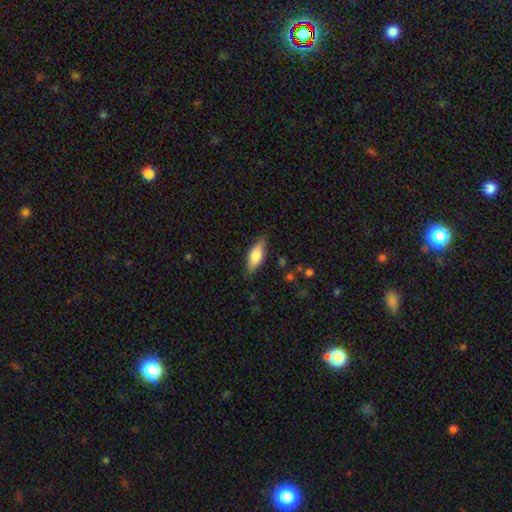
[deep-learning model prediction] Q: Smooth or featured?
A: smooth (71%); runner-up: featured or disk (23%)
Q: How rounded?
A: in between (67%); runner-up: cigar-shaped (31%)
Q: Merging?
A: none (83%); runner-up: minor disturbance (13%)